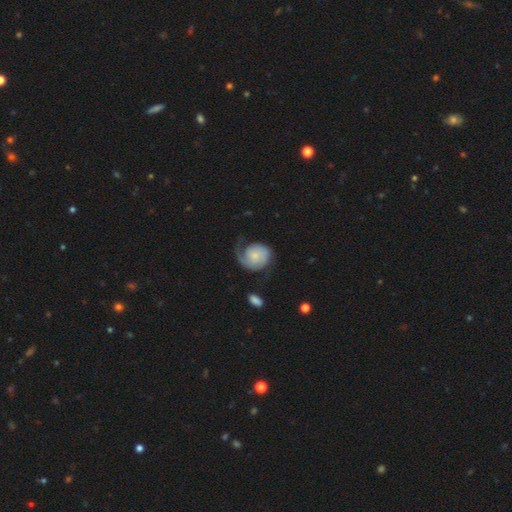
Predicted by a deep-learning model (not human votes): A featured or disk galaxy (66%) with no bar (76%), 1 (67%) tight (42%) spiral arms (92%) and a small central bulge (56%). Merging: none (45%).